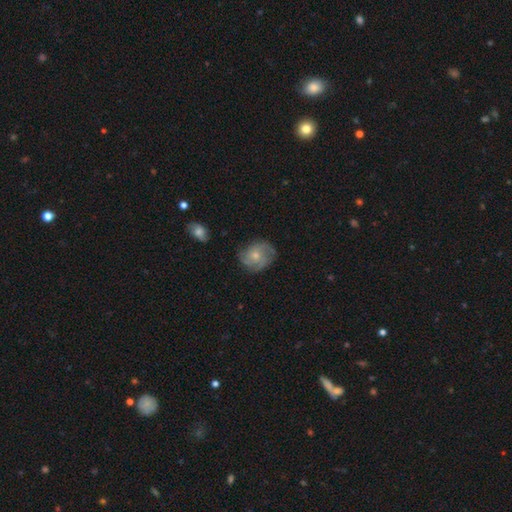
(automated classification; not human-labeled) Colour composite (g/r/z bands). It shows a featured or disk galaxy (57%) with no bar (81%), spiral arms (83%) and a small central bulge (51%). Merging: none (68%).